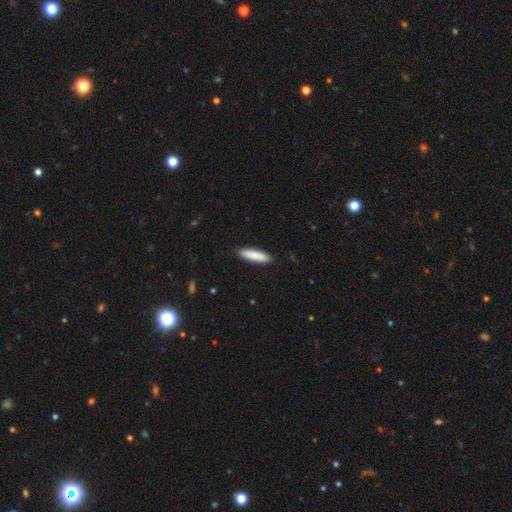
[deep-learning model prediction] Morphology: type=smooth (86%); roundness=cigar-shaped (78%); merging=none (90%).